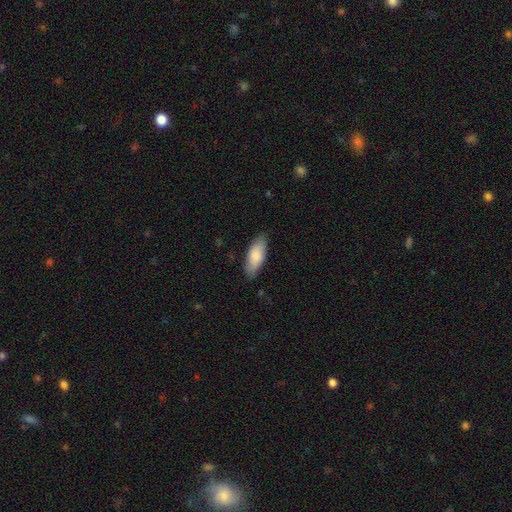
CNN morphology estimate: smooth-or-featured: smooth: 81% | featured or disk: 13% | star or artifact: 5%
  how-rounded: in between: 79% | cigar-shaped: 19% | round: 2%
  merging: none: 80% | minor disturbance: 17% | major disturbance: 3% | merger: 1%